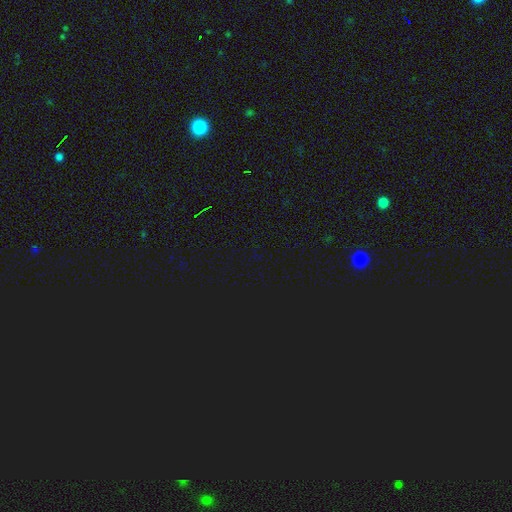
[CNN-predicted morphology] Smooth or featured: star or artifact — 78% (smooth — 16%)